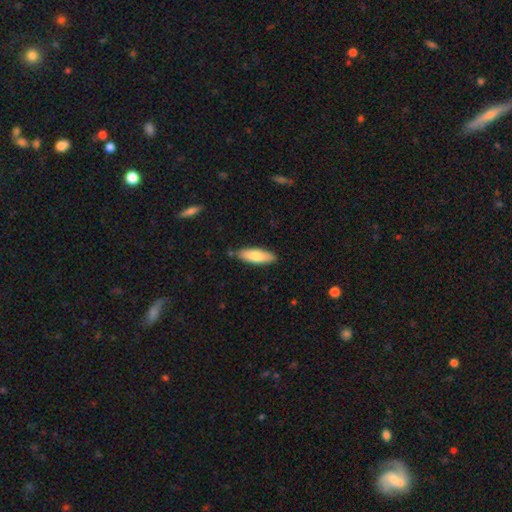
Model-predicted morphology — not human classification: Smooth or featured? Predicted: smooth (p=0.78). How rounded? Predicted: in between (p=0.53). Merging? Predicted: none (p=0.84).